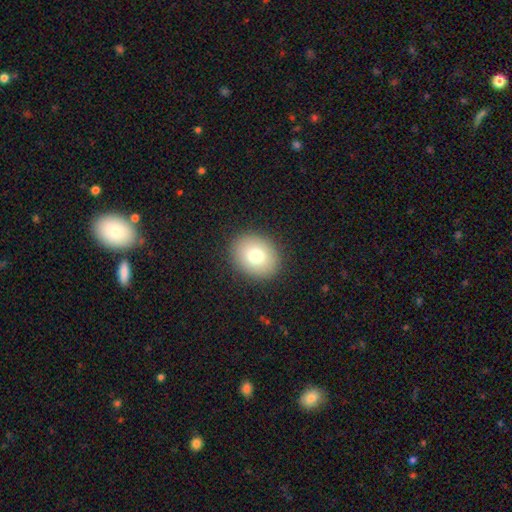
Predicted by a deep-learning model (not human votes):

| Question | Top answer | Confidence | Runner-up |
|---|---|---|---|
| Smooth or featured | smooth | 77% | featured or disk (13%) |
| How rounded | round | 53% | in between (46%) |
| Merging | none | 89% | minor disturbance (7%) |